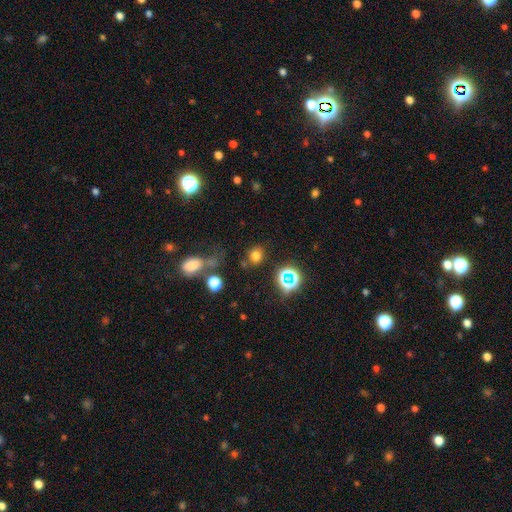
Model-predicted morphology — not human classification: A smooth galaxy with no disk features (72%) that is round (69%). Merging: none (75%).